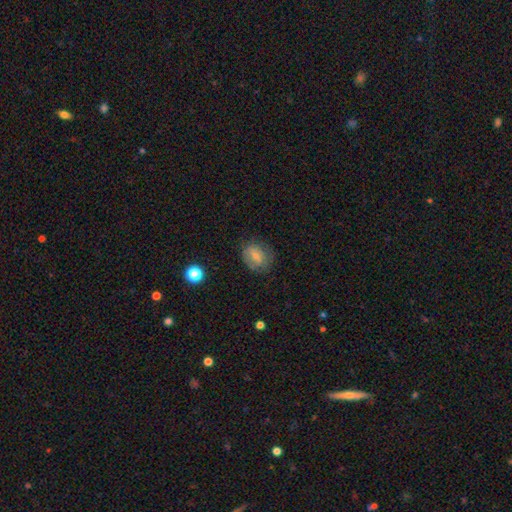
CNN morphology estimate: A smooth galaxy with no disk features (63%) that is round (52%).

Vote fractions:
- Smooth or featured? smooth: 63% / featured or disk: 27% / star or artifact: 9%
- How rounded? round: 52% / in between: 46% / cigar-shaped: 1%
- Merging? none: 67% / minor disturbance: 22% / major disturbance: 10% / merger: 1%